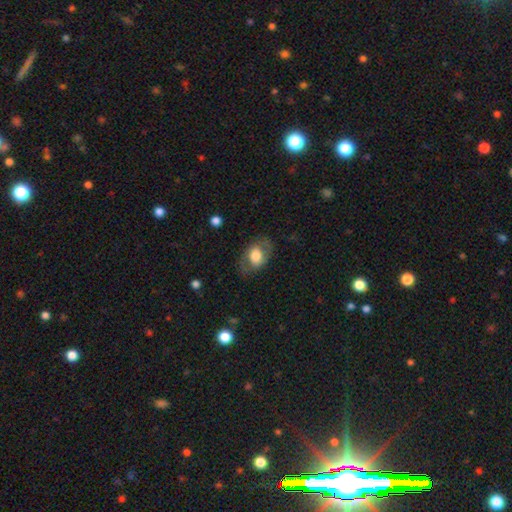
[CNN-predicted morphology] The model was most divided on "smooth or featured": smooth: 58%, featured or disk: 35%, star or artifact: 7%. More confident: how rounded — in between (73%); merging — none (71%).